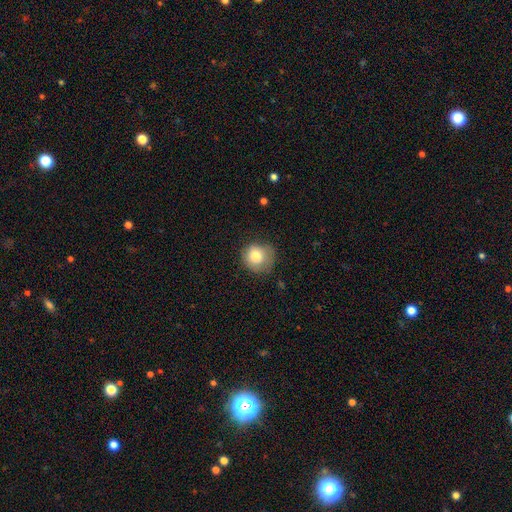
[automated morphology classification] This is likely a smooth galaxy (79%). How rounded: clearly round (87%). Merging: likely none (61%).